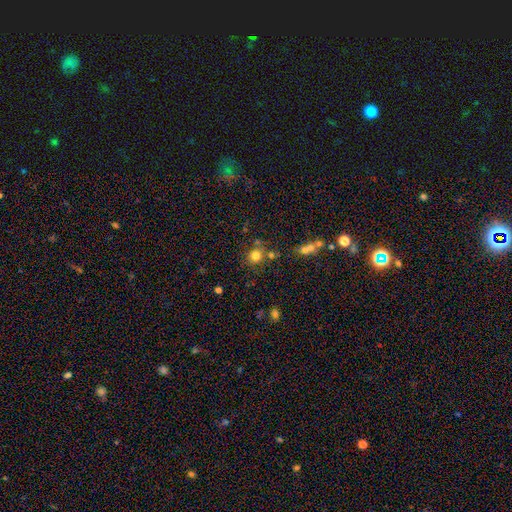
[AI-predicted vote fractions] This is likely a smooth galaxy (77%). How rounded: clearly round (88%). Merging: likely none (71%).